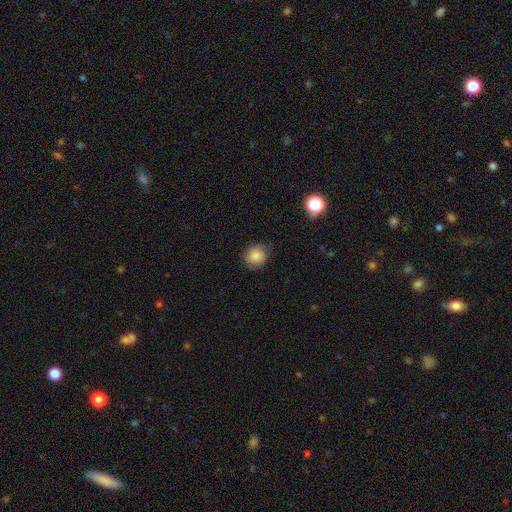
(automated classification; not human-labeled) Smooth or featured? Predicted: smooth (p=0.83). How rounded? Predicted: round (p=0.77). Merging? Predicted: none (p=0.73).